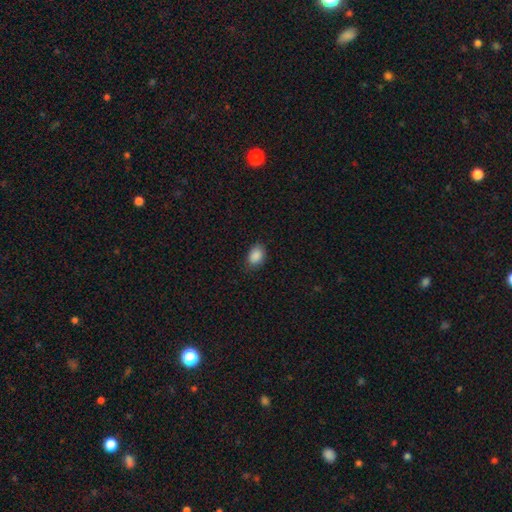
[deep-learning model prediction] Smooth or featured? Predicted: smooth (p=0.88). How rounded? Predicted: in between (p=0.79). Merging? Predicted: none (p=0.80).